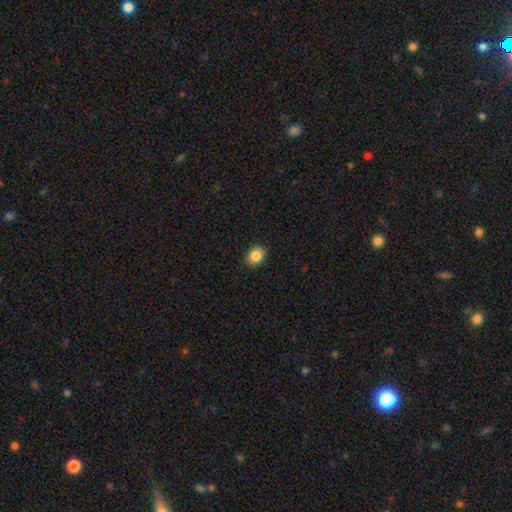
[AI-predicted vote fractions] The model was most divided on "how rounded": round: 55%, in between: 44%, cigar-shaped: 1%. More confident: merging — none (90%); smooth or featured — smooth (87%).